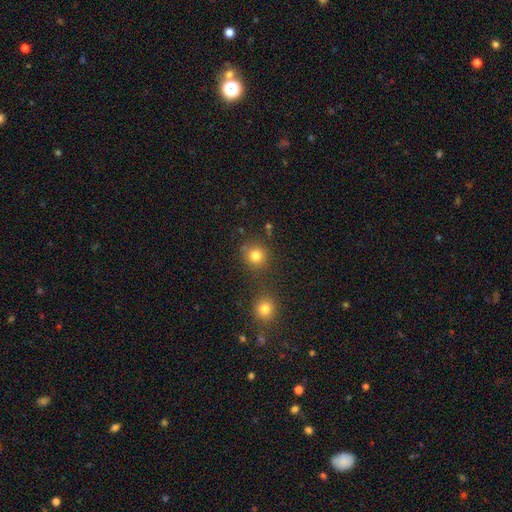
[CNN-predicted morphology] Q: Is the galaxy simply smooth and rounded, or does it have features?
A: smooth — 81%.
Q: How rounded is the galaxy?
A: round — 89%.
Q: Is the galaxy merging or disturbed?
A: none — 75%.